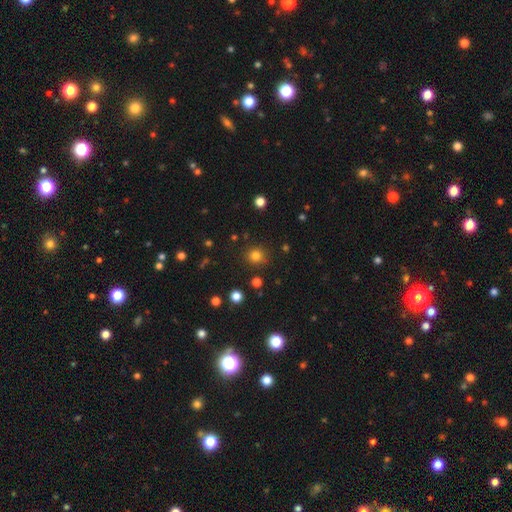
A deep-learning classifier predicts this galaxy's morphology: Smooth or featured? Predicted: smooth (p=0.79). How rounded? Predicted: round (p=0.88). Merging? Predicted: none (p=0.87).